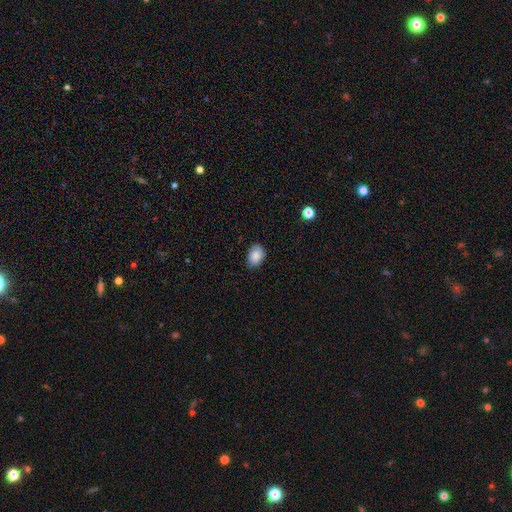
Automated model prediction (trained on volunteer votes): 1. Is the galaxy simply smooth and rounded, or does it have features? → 82% smooth, 10% featured or disk, 8% star or artifact.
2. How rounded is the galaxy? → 77% in between, 22% round, 1% cigar-shaped.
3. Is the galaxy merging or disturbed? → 78% none, 17% minor disturbance, 3% major disturbance, 1% merger.